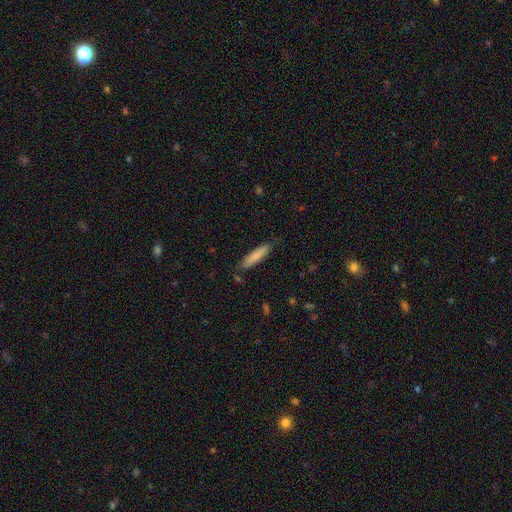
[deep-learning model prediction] smooth_or_featured: smooth (p=0.82) [alt: featured or disk p=0.13]
how_rounded: cigar-shaped (p=0.84) [alt: in between p=0.15]
merging: none (p=0.83) [alt: minor disturbance p=0.12]